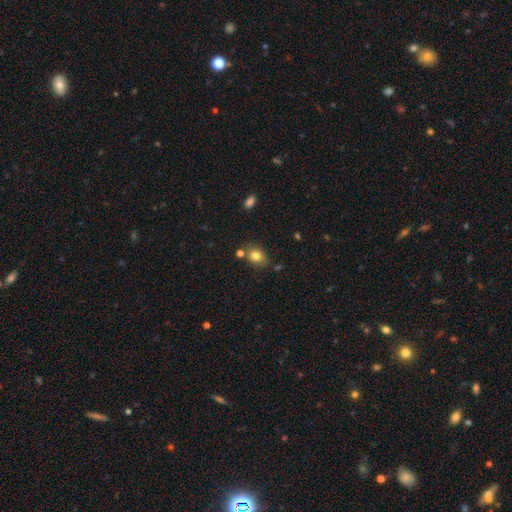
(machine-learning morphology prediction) Smooth or featured?
  - smooth: 81% *
  - star or artifact: 10%
  - featured or disk: 9%
How rounded?
  - in between: 56% *
  - round: 43%
  - cigar-shaped: 1%
Merging?
  - none: 70% *
  - minor disturbance: 15%
  - merger: 11%
  - major disturbance: 4%